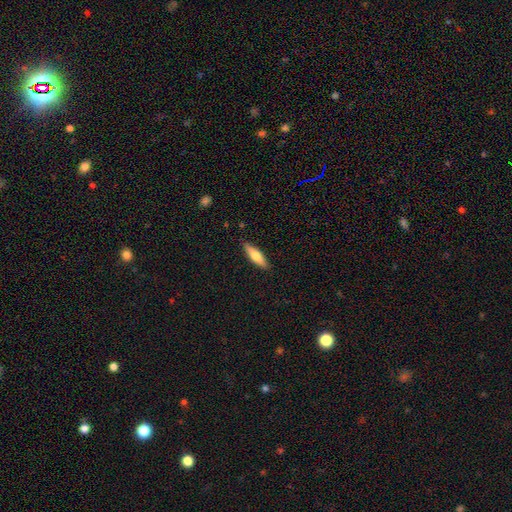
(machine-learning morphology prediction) This is likely a smooth galaxy (66%). How rounded: likely cigar-shaped (62%). Merging: clearly none (88%).